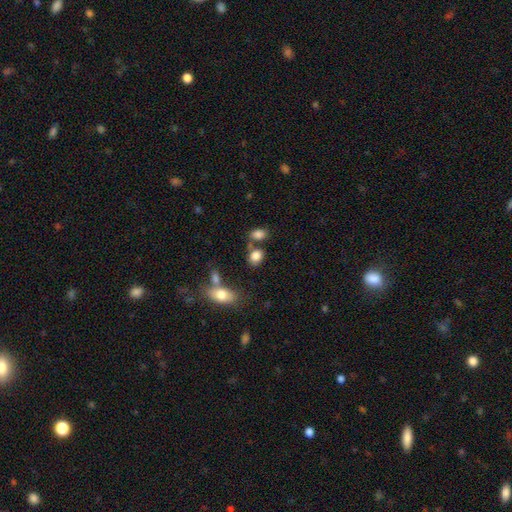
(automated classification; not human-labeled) A smooth galaxy with no disk features (83%) that is in between round and cigar-shaped (67%).

Vote fractions:
- Smooth or featured? smooth: 83% / star or artifact: 10% / featured or disk: 7%
- How rounded? in between: 67% / round: 31% / cigar-shaped: 2%
- Merging? none: 58% / merger: 23% / minor disturbance: 14% / major disturbance: 6%